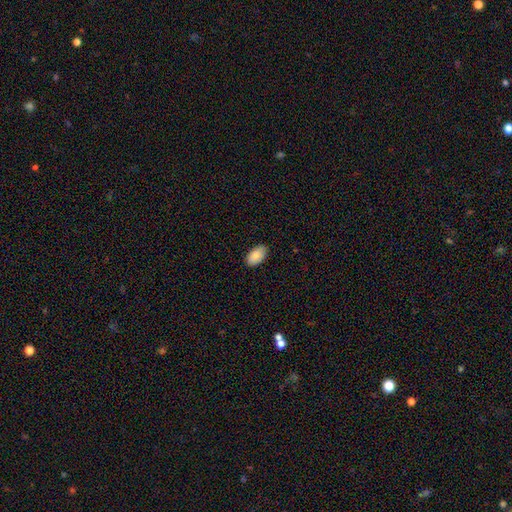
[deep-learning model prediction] This is clearly a smooth galaxy (86%). How rounded: clearly in between (95%). Merging: clearly none (85%).